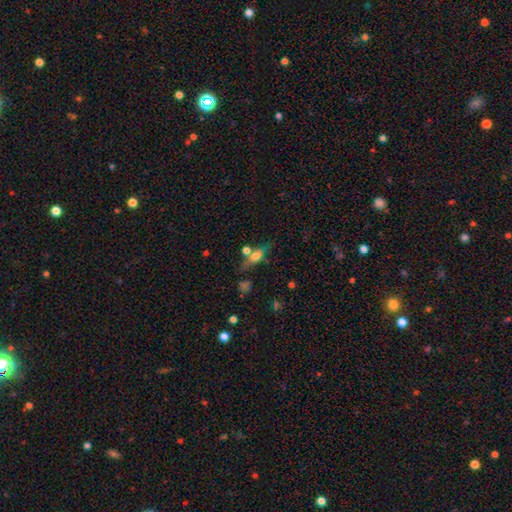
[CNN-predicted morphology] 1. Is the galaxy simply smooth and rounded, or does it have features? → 55% smooth, 34% featured or disk, 11% star or artifact.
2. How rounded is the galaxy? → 56% in between, 35% cigar-shaped, 9% round.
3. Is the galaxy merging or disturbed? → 56% none, 21% merger, 16% minor disturbance, 7% major disturbance.